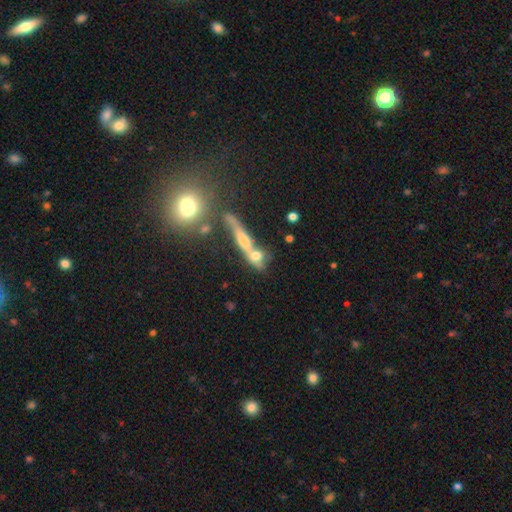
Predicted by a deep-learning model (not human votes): A smooth galaxy with no disk features (55%) that is in between round and cigar-shaped (38%).

Vote fractions:
- Smooth or featured? smooth: 55% / featured or disk: 31% / star or artifact: 14%
- How rounded? in between: 38% / cigar-shaped: 34% / round: 29%
- Merging? merger: 52% / none: 31% / minor disturbance: 9% / major disturbance: 8%